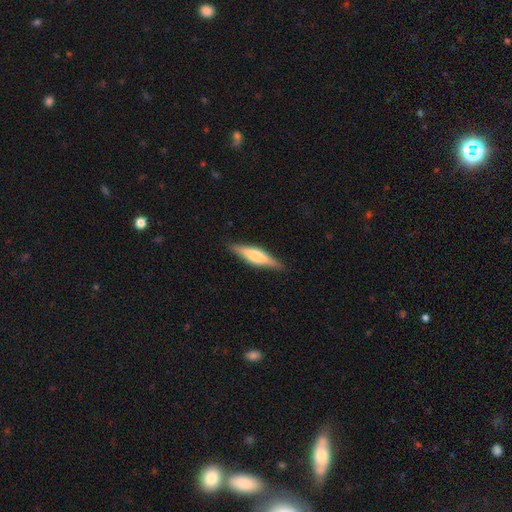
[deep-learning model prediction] This is possibly a featured or disk galaxy (50%). Merging: clearly none (89%).